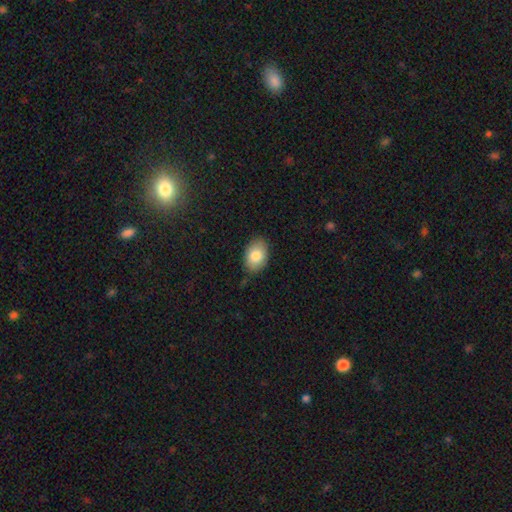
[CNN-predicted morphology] This is clearly a smooth galaxy (83%). How rounded: clearly in between (87%). Merging: clearly none (83%).